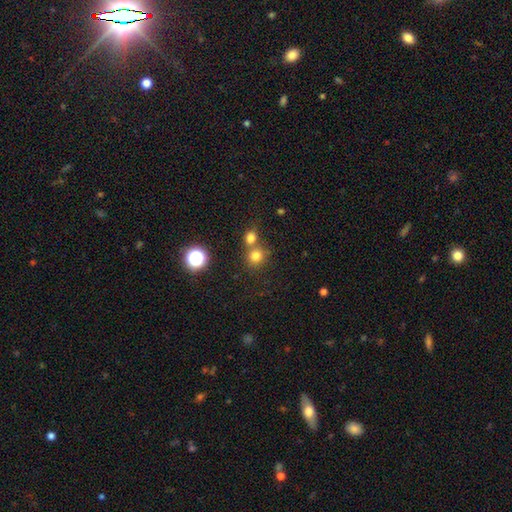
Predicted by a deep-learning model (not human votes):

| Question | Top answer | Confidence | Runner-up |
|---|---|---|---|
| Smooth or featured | smooth | 76% | star or artifact (17%) |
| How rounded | round | 84% | in between (15%) |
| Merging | none | 55% | merger (34%) |